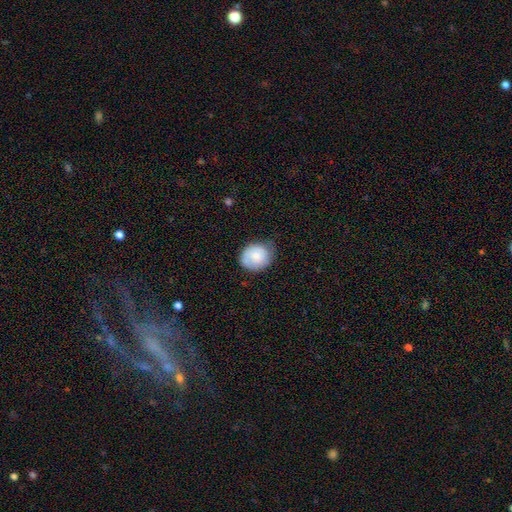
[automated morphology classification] smooth_or_featured: smooth (p=0.76) [alt: featured or disk p=0.17]
how_rounded: round (p=0.74) [alt: in between p=0.25]
merging: none (p=0.64) [alt: minor disturbance p=0.28]